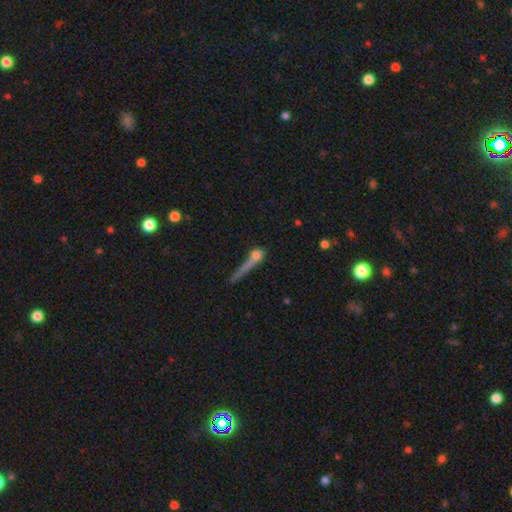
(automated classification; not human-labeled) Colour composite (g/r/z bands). It shows a smooth galaxy with no disk features (61%) that is cigar-shaped (45%). Merging: none (41%).